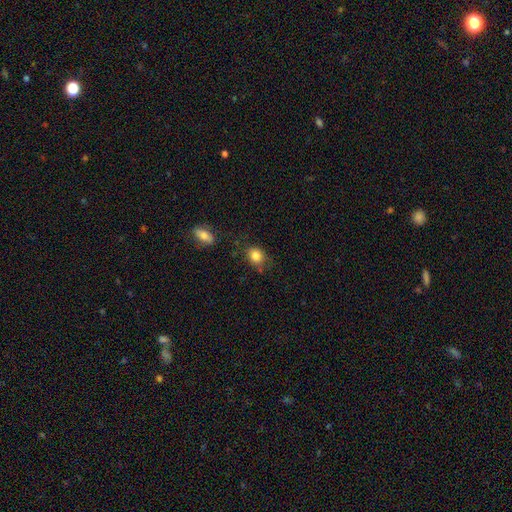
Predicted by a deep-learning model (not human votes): Smooth or featured? Predicted: smooth (p=0.84). How rounded? Predicted: round (p=0.59). Merging? Predicted: none (p=0.70).